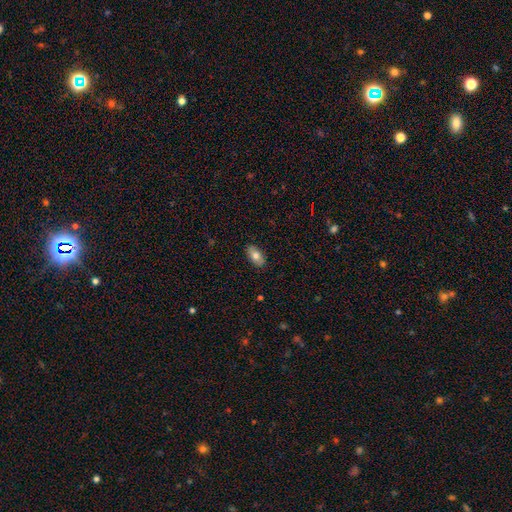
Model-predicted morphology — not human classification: Smooth or featured? smooth (74%)
How rounded? in between (92%)
Merging? none (87%)